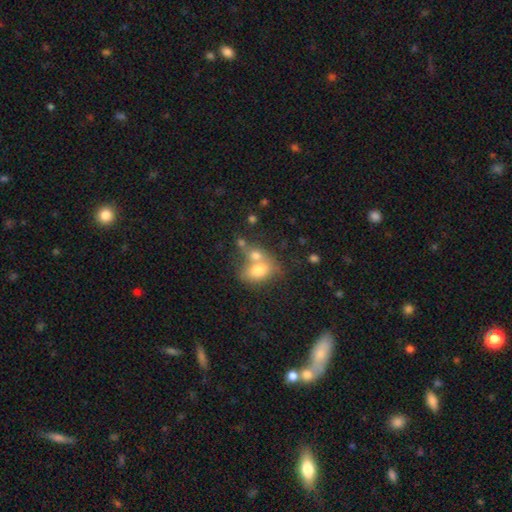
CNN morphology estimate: The model was most divided on "how rounded": in between: 66%, round: 32%, cigar-shaped: 2%. More confident: smooth or featured — smooth (72%); merging — merger (65%).